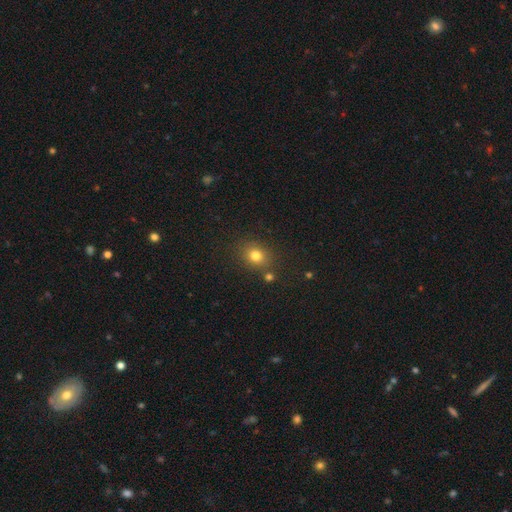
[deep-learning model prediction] smooth-or-featured: smooth: 78% | star or artifact: 14% | featured or disk: 8%
  how-rounded: round: 64% | in between: 35% | cigar-shaped: 1%
  merging: none: 78% | minor disturbance: 11% | merger: 8% | major disturbance: 4%